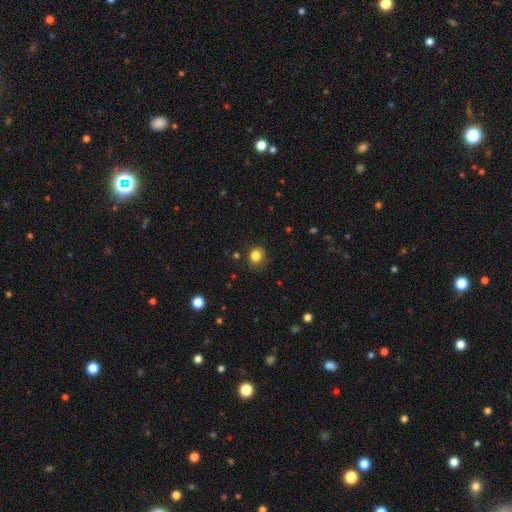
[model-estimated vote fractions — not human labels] Smooth or featured?
  - smooth: 83% *
  - star or artifact: 12%
  - featured or disk: 5%
How rounded?
  - round: 75% *
  - in between: 24%
  - cigar-shaped: 1%
Merging?
  - none: 83% *
  - minor disturbance: 13%
  - major disturbance: 3%
  - merger: 1%